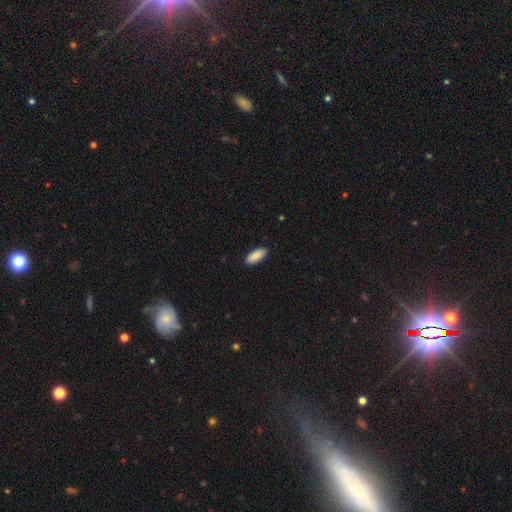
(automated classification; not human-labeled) Overall: smooth (90%). How rounded: in between (83%). Merging: none (90%).